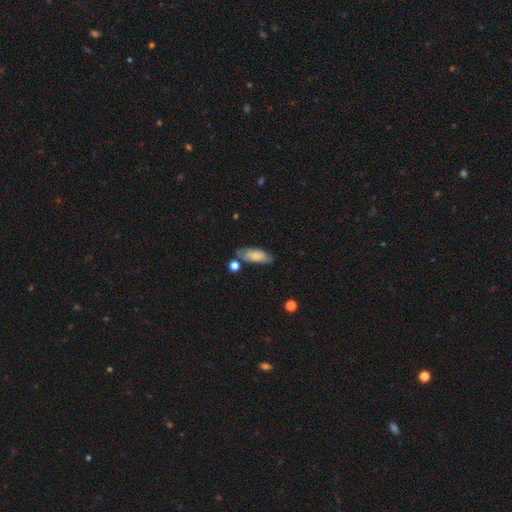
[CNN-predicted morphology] This appears to be a smooth galaxy with no disk features (69%) that is in between round and cigar-shaped (79%). Merging: none (59%).